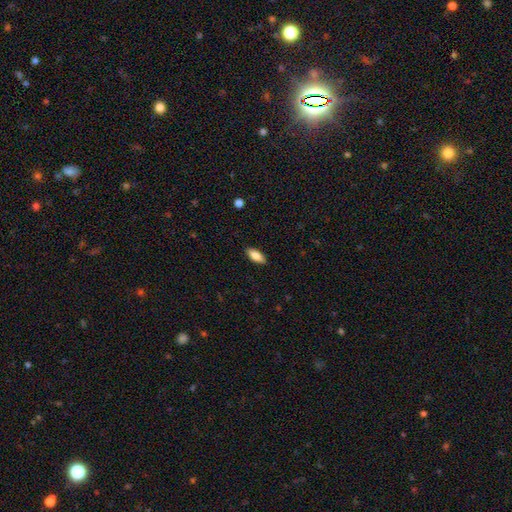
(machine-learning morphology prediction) Smooth or featured? Predicted: smooth (p=0.82). How rounded? Predicted: in between (p=0.81). Merging? Predicted: none (p=0.88).